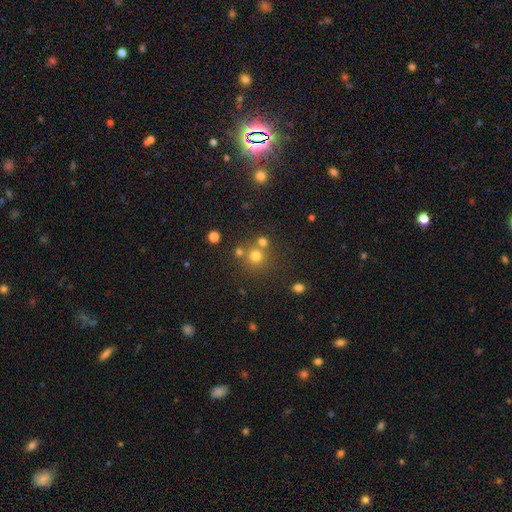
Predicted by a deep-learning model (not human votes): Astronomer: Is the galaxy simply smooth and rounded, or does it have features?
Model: smooth — 72%.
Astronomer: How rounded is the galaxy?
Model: round — 92%.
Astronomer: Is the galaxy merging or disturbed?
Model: none — 68%.